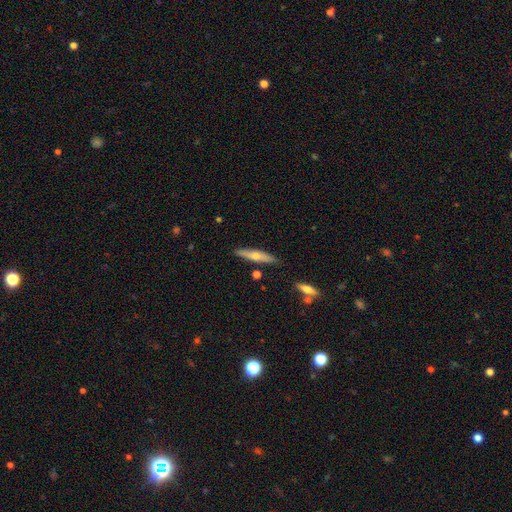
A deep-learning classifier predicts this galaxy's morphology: Smooth or featured? featured or disk (49%)
Merging? none (86%)